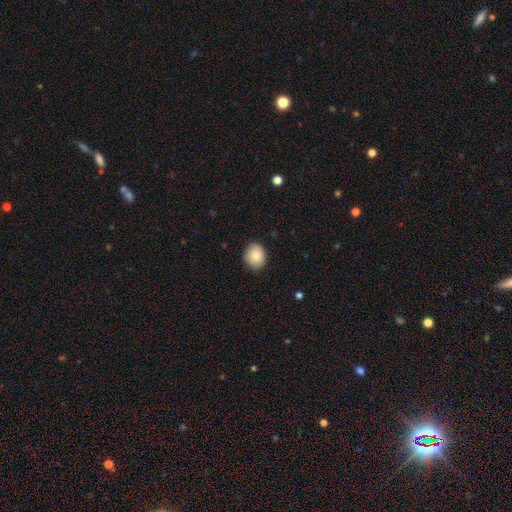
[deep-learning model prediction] Q: Smooth or featured?
A: smooth (84%); runner-up: featured or disk (8%)
Q: How rounded?
A: round (59%); runner-up: in between (40%)
Q: Merging?
A: none (88%); runner-up: minor disturbance (9%)